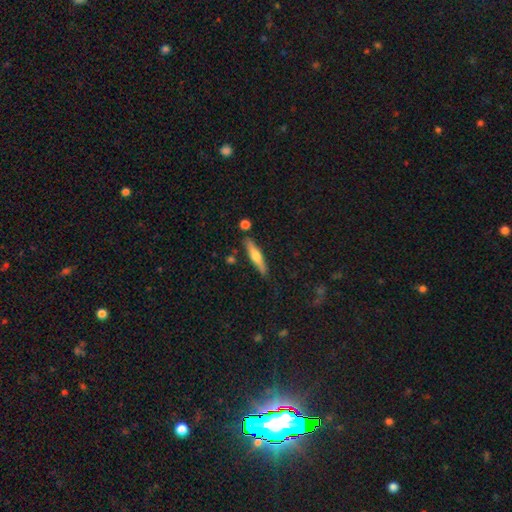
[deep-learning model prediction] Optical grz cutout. It shows a smooth galaxy with no disk features (47%, tied with featured or disk). Merging: none (83%).